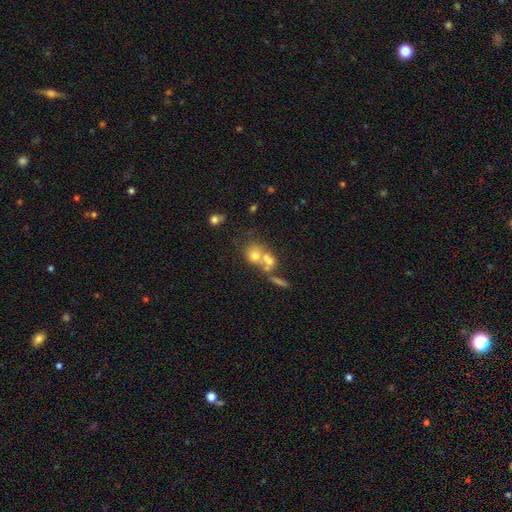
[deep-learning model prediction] This appears to be a smooth galaxy with no disk features (55%) that is round (65%). Merging: merger (58%).